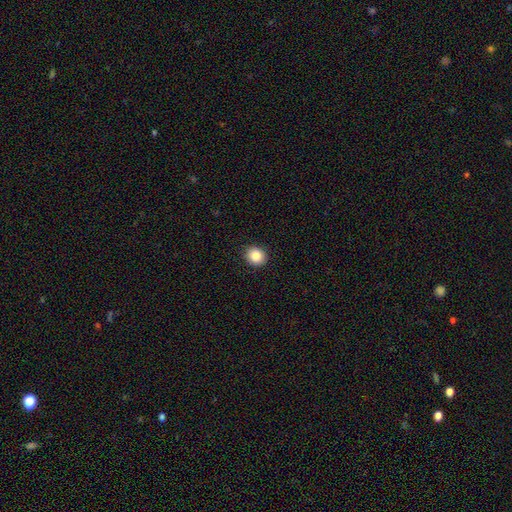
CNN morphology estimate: A smooth galaxy with no disk features (87%) that is round (81%). Merging: none (92%).